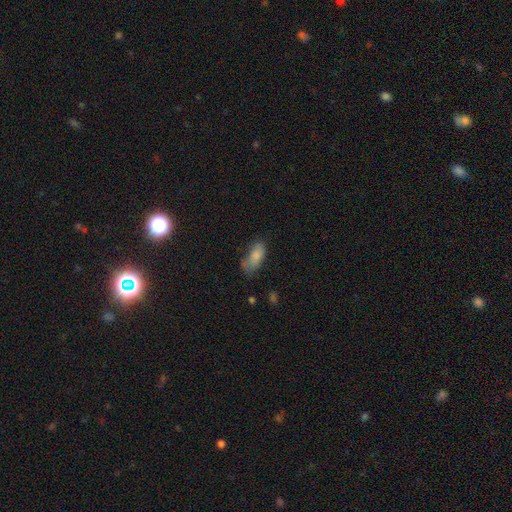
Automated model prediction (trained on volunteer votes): Smooth or featured? Predicted: smooth (p=0.80). How rounded? Predicted: in between (p=0.86). Merging? Predicted: none (p=0.44).